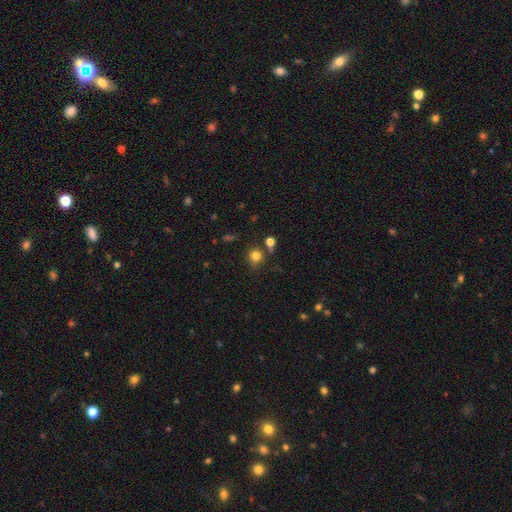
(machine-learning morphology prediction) Smooth or featured?
  - smooth: 79% *
  - star or artifact: 14%
  - featured or disk: 7%
How rounded?
  - round: 86% *
  - in between: 13%
  - cigar-shaped: 1%
Merging?
  - none: 71% *
  - minor disturbance: 14%
  - merger: 11%
  - major disturbance: 5%